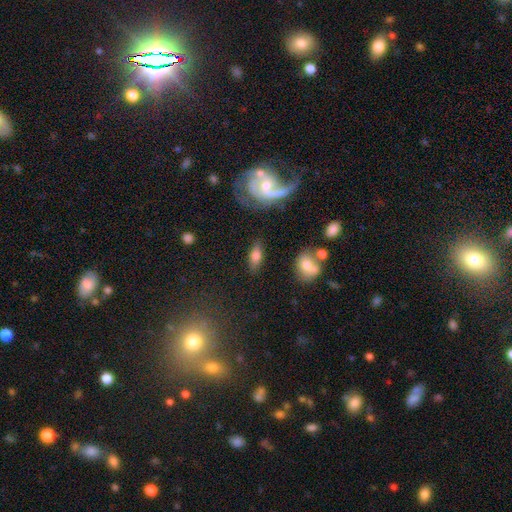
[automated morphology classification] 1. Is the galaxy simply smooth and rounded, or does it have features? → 68% smooth, 23% featured or disk, 9% star or artifact.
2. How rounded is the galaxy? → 78% in between, 17% cigar-shaped, 5% round.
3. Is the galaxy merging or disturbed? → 77% none, 14% minor disturbance, 5% major disturbance, 4% merger.